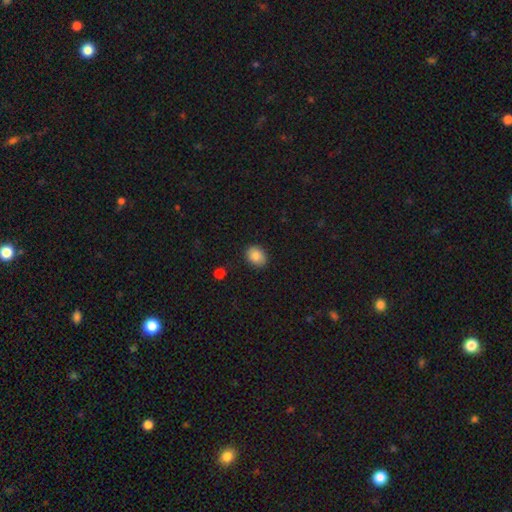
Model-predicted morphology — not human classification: A smooth galaxy with no disk features (85%) that is in between round and cigar-shaped (57%). Merging: none (86%).